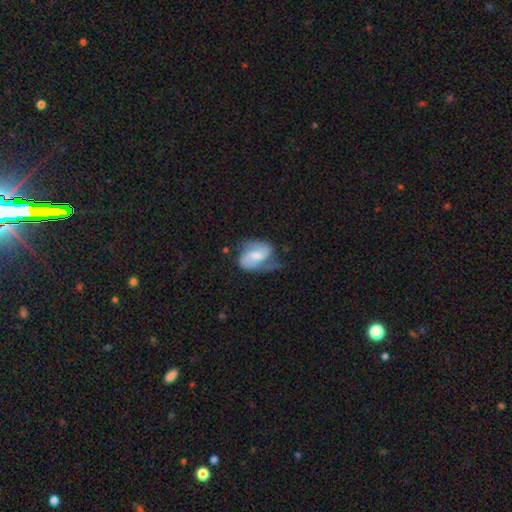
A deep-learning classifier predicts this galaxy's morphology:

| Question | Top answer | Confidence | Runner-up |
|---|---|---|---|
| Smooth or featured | featured or disk | 70% | smooth (24%) |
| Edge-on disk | no | 97% | yes (3%) |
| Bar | weak | 51% | no (28%) |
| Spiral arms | yes | 91% | no (9%) |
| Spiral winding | medium | 47% | loose (34%) |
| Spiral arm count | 2 | 80% | 1 (9%) |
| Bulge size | moderate | 41% | small (30%) |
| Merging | none | 44% | minor disturbance (30%) |